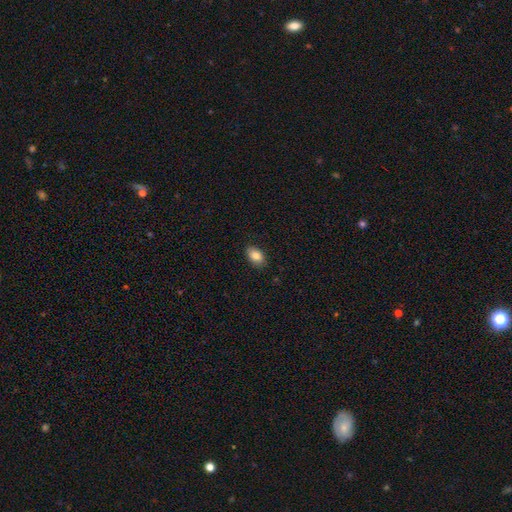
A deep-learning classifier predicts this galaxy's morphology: Smooth or featured: smooth — 85% (star or artifact — 8%)
How rounded: in between — 88% (round — 11%)
Merging: none — 87% (minor disturbance — 10%)